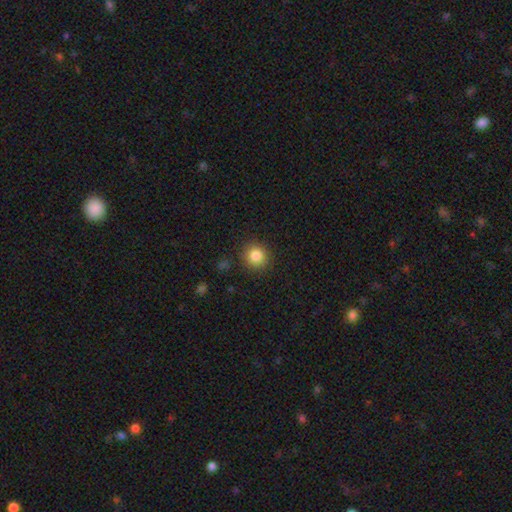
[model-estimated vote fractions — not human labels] smooth_or_featured: smooth (p=0.84) [alt: star or artifact p=0.11]
how_rounded: round (p=0.92) [alt: in between p=0.07]
merging: none (p=0.89) [alt: minor disturbance p=0.07]